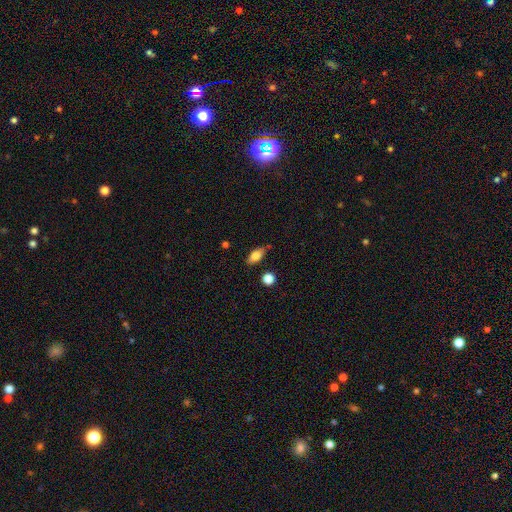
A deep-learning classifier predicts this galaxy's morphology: smooth_or_featured: smooth (p=0.75) [alt: featured or disk p=0.17]
how_rounded: in between (p=0.82) [alt: cigar-shaped p=0.12]
merging: none (p=0.77) [alt: minor disturbance p=0.16]